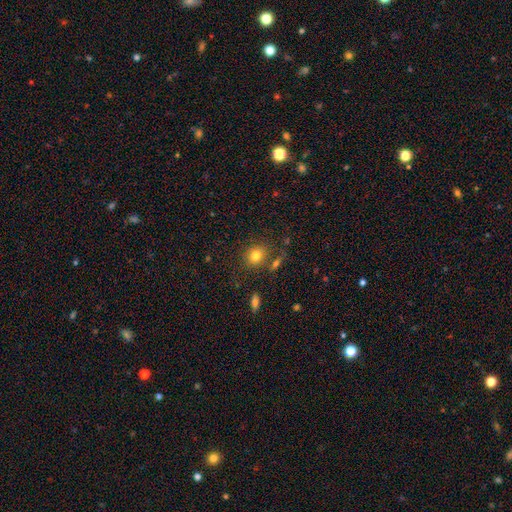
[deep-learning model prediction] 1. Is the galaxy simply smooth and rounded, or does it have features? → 78% smooth, 13% star or artifact, 9% featured or disk.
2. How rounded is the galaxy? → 65% round, 34% in between, 1% cigar-shaped.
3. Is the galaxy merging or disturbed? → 75% none, 12% minor disturbance, 9% merger, 4% major disturbance.